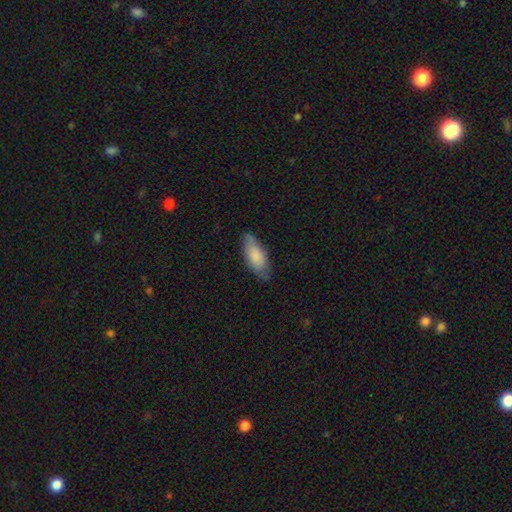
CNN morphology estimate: The model was most divided on "merging": none: 75%, minor disturbance: 20%, major disturbance: 4%, merger: 1%. More confident: smooth or featured — smooth (80%); how rounded — in between (79%).